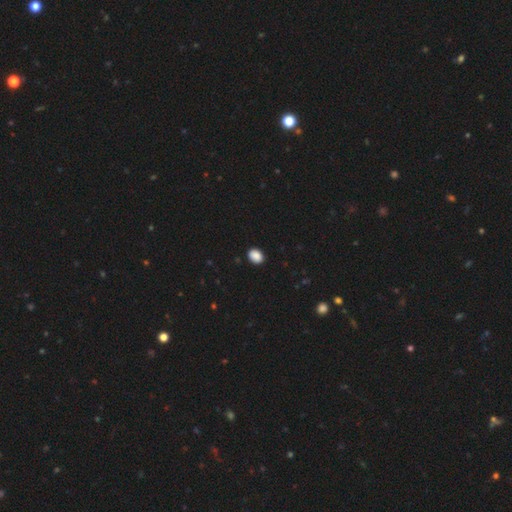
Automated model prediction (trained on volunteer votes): This is clearly a smooth galaxy (89%). How rounded: likely in between (67%). Merging: clearly none (89%).